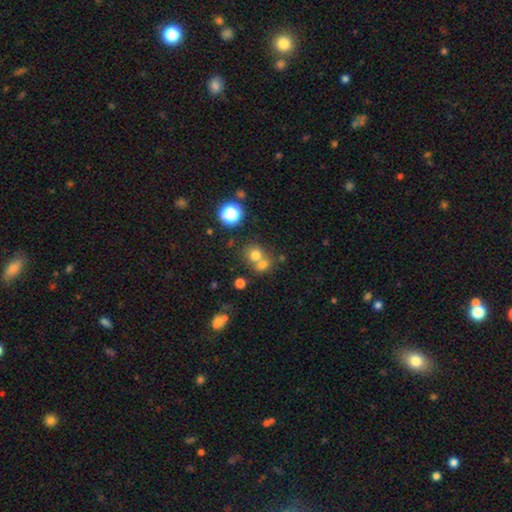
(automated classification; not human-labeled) Smooth or featured?
  - smooth: 70% *
  - star or artifact: 18%
  - featured or disk: 12%
How rounded?
  - round: 79% *
  - in between: 20%
  - cigar-shaped: 1%
Merging?
  - merger: 48% *
  - none: 43%
  - minor disturbance: 6%
  - major disturbance: 3%